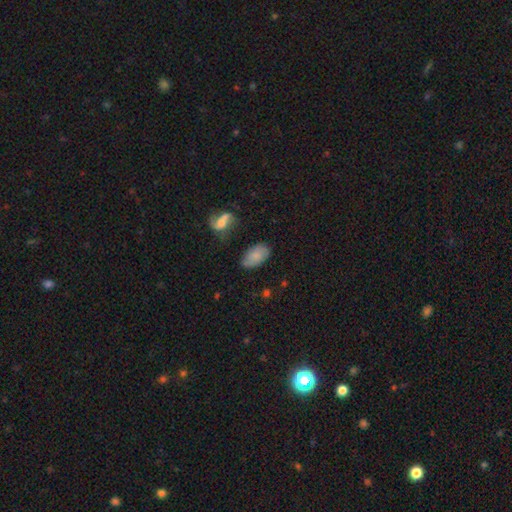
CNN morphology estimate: Overall: smooth (74%). How rounded: in between (93%). Merging: none (70%).